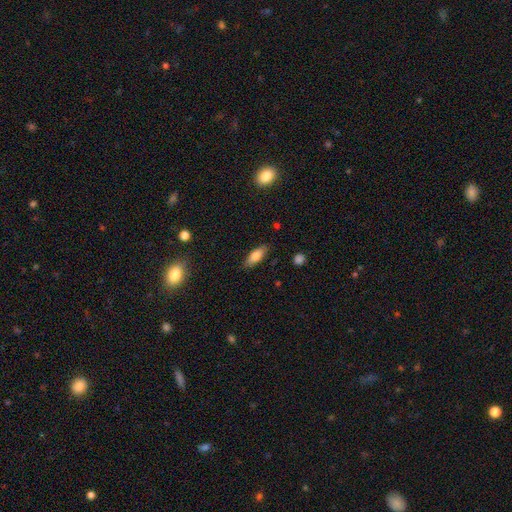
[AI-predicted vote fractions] Overall: smooth (75%). How rounded: in between (66%; cigar-shaped 31%). Merging: none (85%).